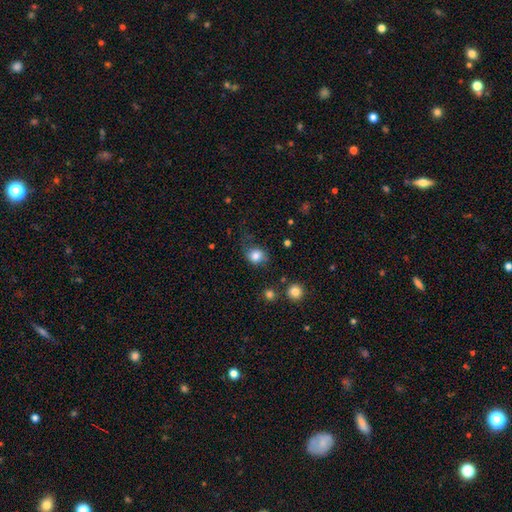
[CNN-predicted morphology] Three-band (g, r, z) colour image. It shows a smooth galaxy with no disk features (81%) that is round (65%). Merging: none (57%).